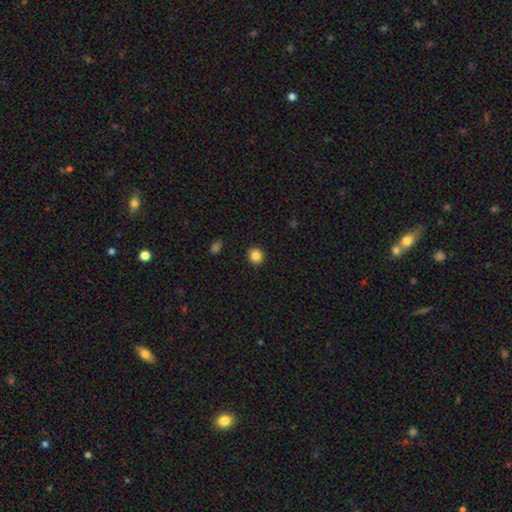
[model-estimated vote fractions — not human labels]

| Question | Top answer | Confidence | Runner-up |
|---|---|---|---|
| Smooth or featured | smooth | 85% | star or artifact (11%) |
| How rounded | round | 91% | in between (8%) |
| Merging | none | 92% | minor disturbance (5%) |